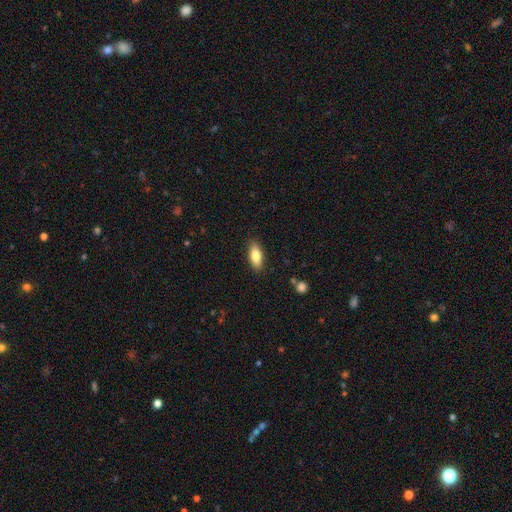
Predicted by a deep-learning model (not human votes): Smooth or featured?
  - smooth: 81% *
  - featured or disk: 13%
  - star or artifact: 7%
How rounded?
  - in between: 81% *
  - cigar-shaped: 16%
  - round: 3%
Merging?
  - none: 88% *
  - minor disturbance: 9%
  - major disturbance: 2%
  - merger: 1%